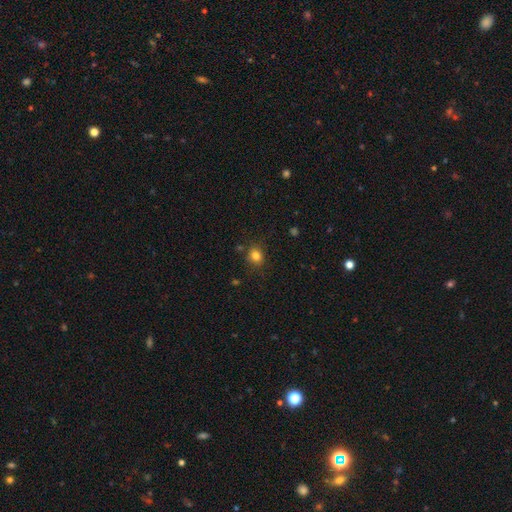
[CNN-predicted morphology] Smooth or featured?
  - smooth: 81% *
  - star or artifact: 13%
  - featured or disk: 6%
How rounded?
  - round: 68% *
  - in between: 31%
  - cigar-shaped: 1%
Merging?
  - none: 81% *
  - minor disturbance: 12%
  - merger: 4%
  - major disturbance: 3%